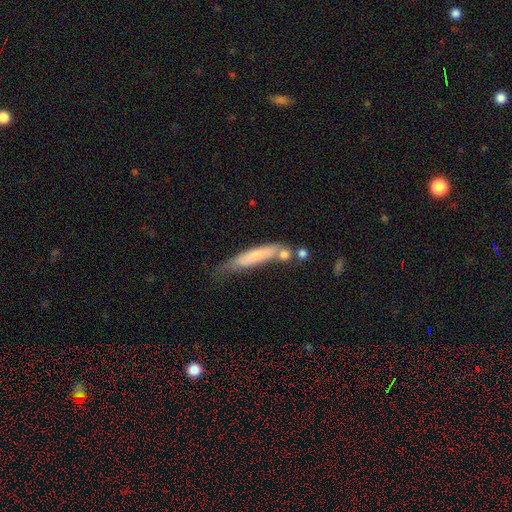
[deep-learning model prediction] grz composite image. It shows a smooth galaxy with no disk features (62%) that is cigar-shaped (87%). Merging: none (44%).